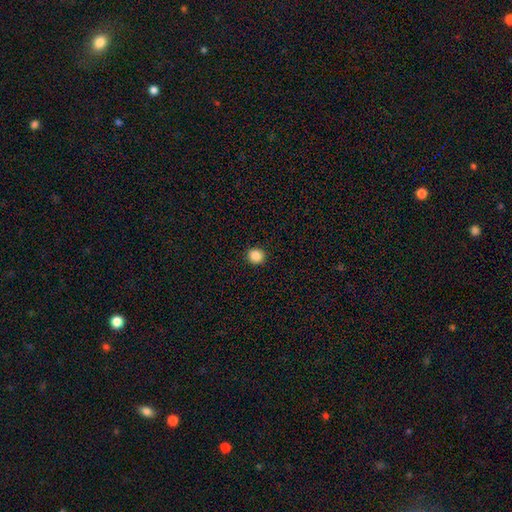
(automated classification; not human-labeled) smooth_or_featured: smooth (p=0.87) [alt: star or artifact p=0.10]
how_rounded: round (p=0.88) [alt: in between p=0.11]
merging: none (p=0.93) [alt: minor disturbance p=0.05]